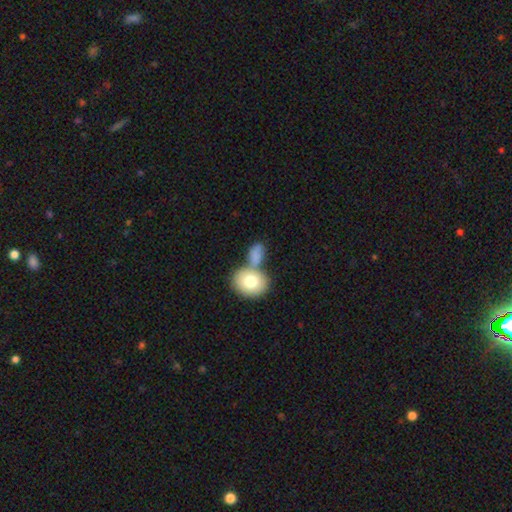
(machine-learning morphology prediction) Smooth or featured?
  - smooth: 77% *
  - featured or disk: 15%
  - star or artifact: 8%
How rounded?
  - in between: 69% *
  - round: 28%
  - cigar-shaped: 3%
Merging?
  - merger: 43% *
  - none: 35%
  - minor disturbance: 14%
  - major disturbance: 8%